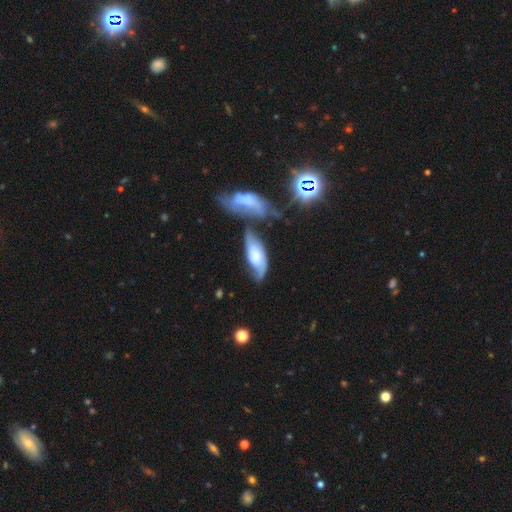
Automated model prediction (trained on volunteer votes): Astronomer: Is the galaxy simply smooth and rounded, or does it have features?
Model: featured or disk — 60%.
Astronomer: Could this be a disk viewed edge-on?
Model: no — 87%.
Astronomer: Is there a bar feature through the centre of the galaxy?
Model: no — 62%.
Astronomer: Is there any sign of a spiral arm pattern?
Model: yes — 89%.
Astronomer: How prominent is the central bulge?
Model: moderate — 26% (runner-up: small, 25%).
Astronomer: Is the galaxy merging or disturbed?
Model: none — 38% (runner-up: merger, 27%).